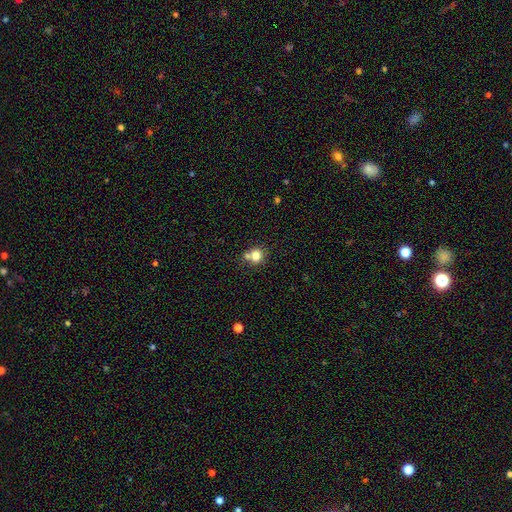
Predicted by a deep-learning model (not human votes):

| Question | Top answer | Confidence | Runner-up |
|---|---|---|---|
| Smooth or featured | smooth | 77% | star or artifact (12%) |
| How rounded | round | 79% | in between (20%) |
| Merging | none | 52% | merger (32%) |